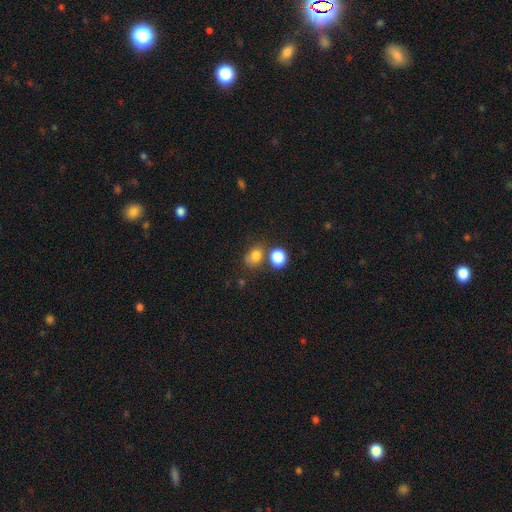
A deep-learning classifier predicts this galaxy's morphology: Overall: smooth (80%). How rounded: round (51%; in between 48%). Merging: none (53%; merger 25%).